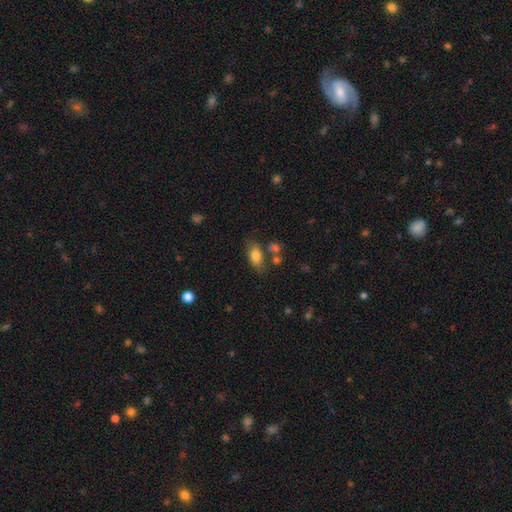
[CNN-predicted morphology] Smooth or featured? Predicted: smooth (p=0.79). How rounded? Predicted: in between (p=0.86). Merging? Predicted: none (p=0.64).